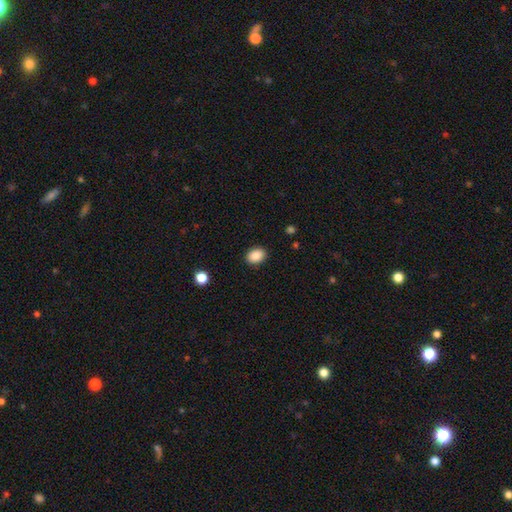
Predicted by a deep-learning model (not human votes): Smooth or featured?
  - smooth: 88% *
  - star or artifact: 8%
  - featured or disk: 4%
How rounded?
  - in between: 72% *
  - round: 28%
  - cigar-shaped: 1%
Merging?
  - none: 89% *
  - minor disturbance: 8%
  - major disturbance: 2%
  - merger: 1%